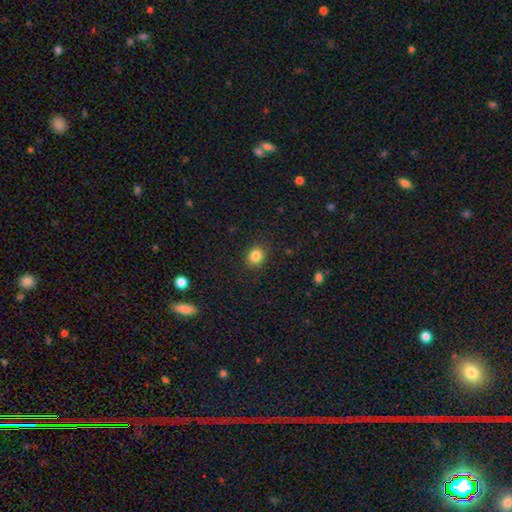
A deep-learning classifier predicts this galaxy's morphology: type=smooth (85%); roundness=round (78%); merging=none (89%).